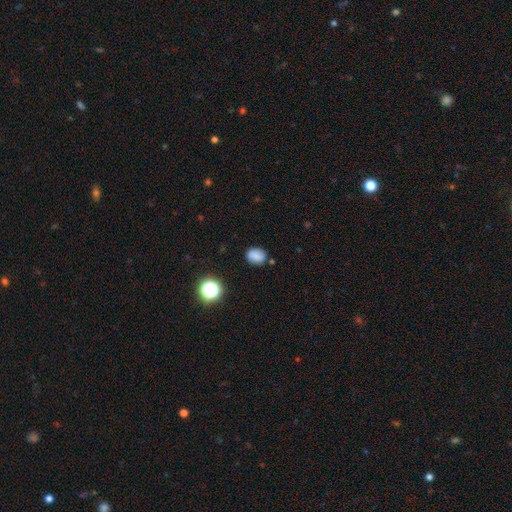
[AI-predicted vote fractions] Smooth or featured: smooth — 80% (star or artifact — 13%)
How rounded: round — 51% (in between — 48%)
Merging: none — 80% (minor disturbance — 14%)